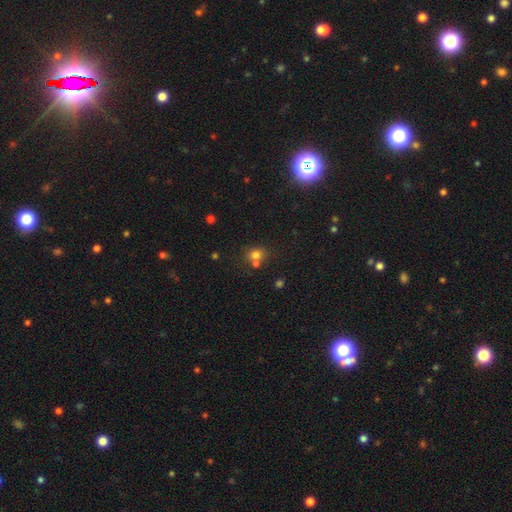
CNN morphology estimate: smooth_or_featured: smooth (p=0.74) [alt: star or artifact p=0.17]
how_rounded: round (p=0.70) [alt: in between p=0.29]
merging: none (p=0.53) [alt: merger p=0.33]